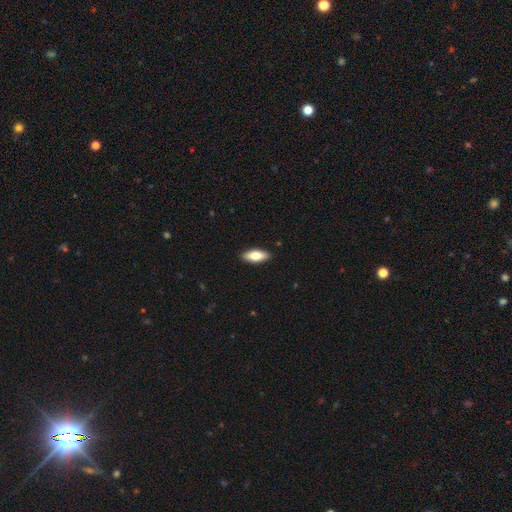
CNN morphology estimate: smooth_or_featured: smooth (p=0.75) [alt: featured or disk p=0.19]
how_rounded: in between (p=0.76) [alt: cigar-shaped p=0.21]
merging: none (p=0.89) [alt: minor disturbance p=0.08]